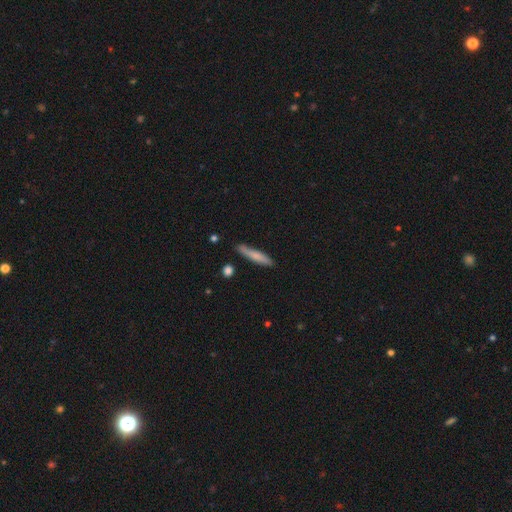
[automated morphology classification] This appears to be a smooth galaxy with no disk features (71%) that is cigar-shaped (89%). Merging: none (80%).